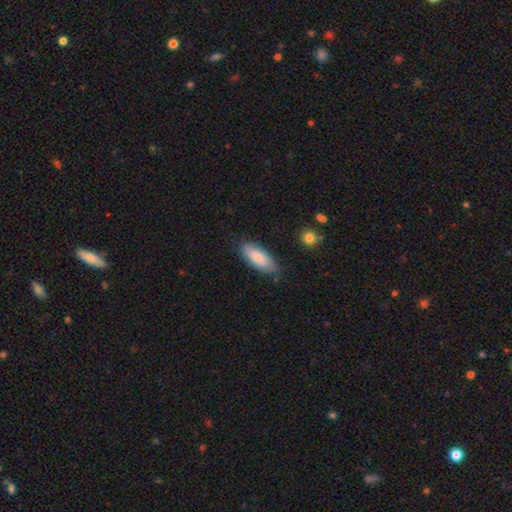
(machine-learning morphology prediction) Smooth or featured? smooth (82%)
How rounded? in between (74%)
Merging? none (79%)